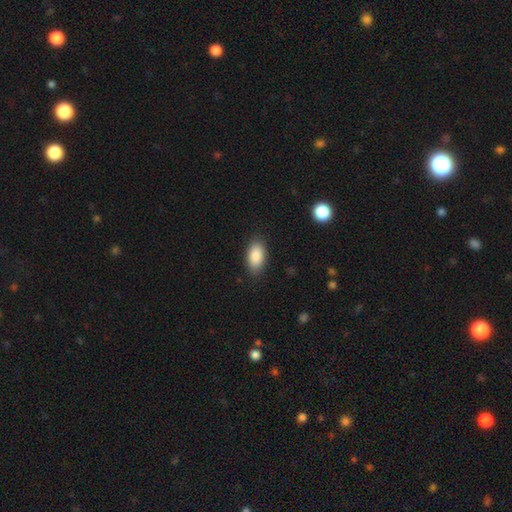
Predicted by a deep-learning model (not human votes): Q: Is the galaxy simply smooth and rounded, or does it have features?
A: smooth — 88%.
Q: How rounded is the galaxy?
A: in between — 94%.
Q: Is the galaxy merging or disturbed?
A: none — 86%.